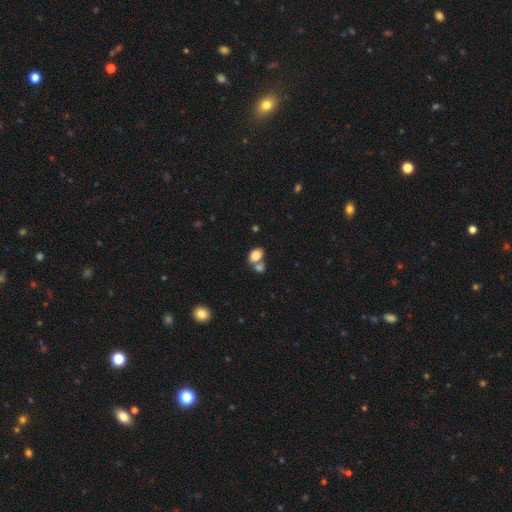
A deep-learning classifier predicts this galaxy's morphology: type=smooth (83%); roundness=in between (73%); merging=merger (47%).